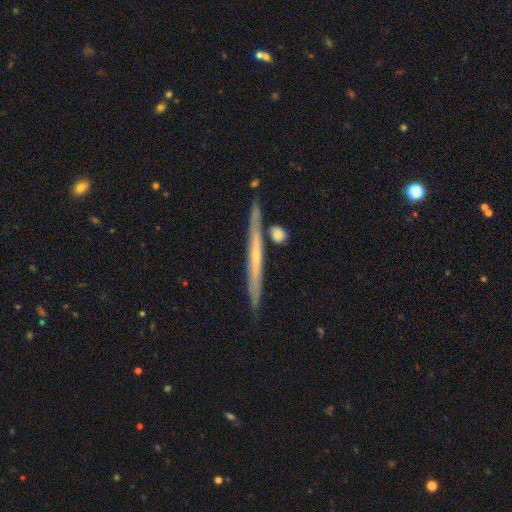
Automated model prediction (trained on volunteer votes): featured or disk 64%, smooth 29%, star or artifact 6%. Down the decision tree: edge-on disk — yes (95%); edge-on bulge — none (69%); merging — none (83%).